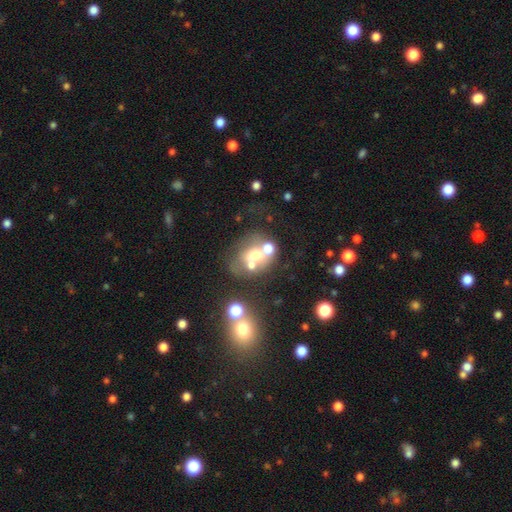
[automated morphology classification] type=smooth (44%); merging=merger (39%).